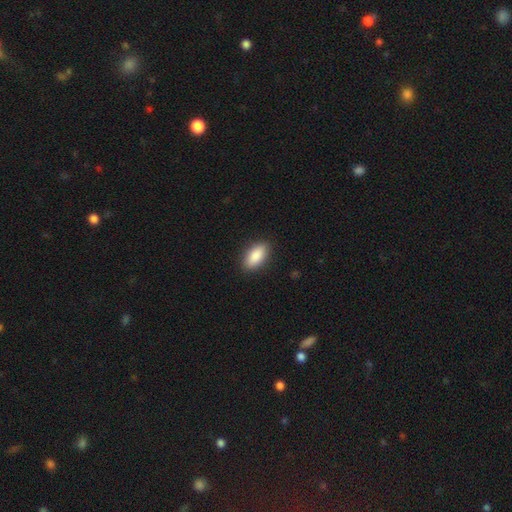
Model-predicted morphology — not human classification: A smooth galaxy with no disk features (88%) that is in between round and cigar-shaped (91%). Merging: none (89%).